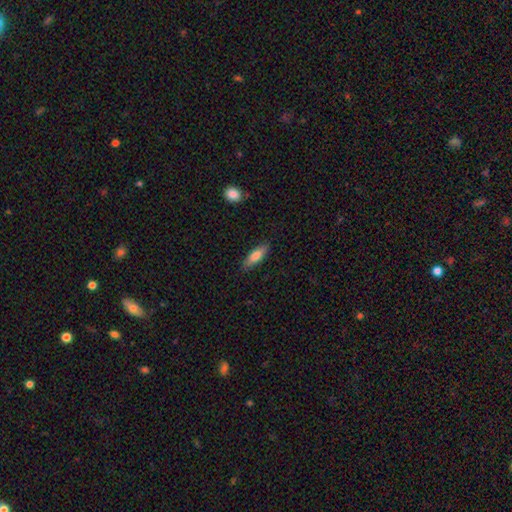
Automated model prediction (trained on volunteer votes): Overall: smooth (73%). How rounded: cigar-shaped (53%; in between 45%). Merging: none (86%).